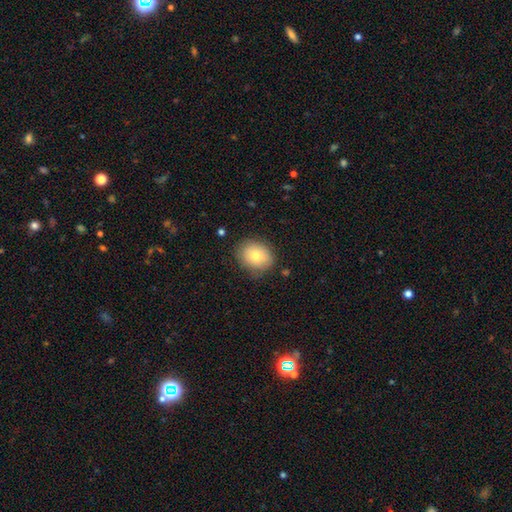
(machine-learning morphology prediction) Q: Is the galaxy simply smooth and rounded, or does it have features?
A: smooth — 77%.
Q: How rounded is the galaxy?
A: round — 58%.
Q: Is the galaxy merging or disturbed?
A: none — 79%.